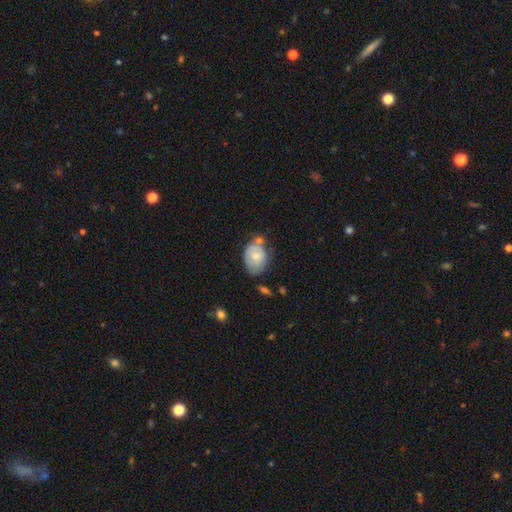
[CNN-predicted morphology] Smooth or featured? Predicted: smooth (p=0.64). How rounded? Predicted: in between (p=0.68). Merging? Predicted: none (p=0.49).